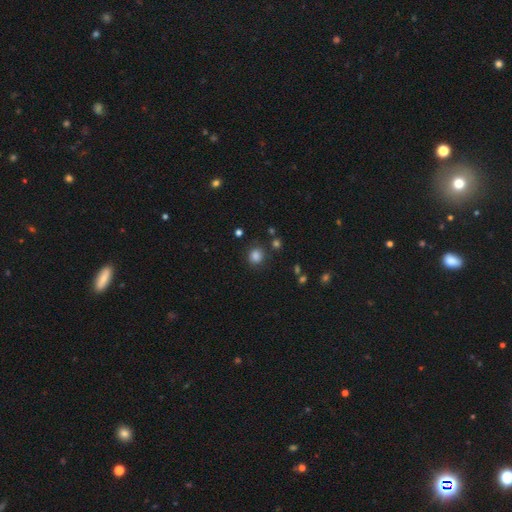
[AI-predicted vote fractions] smooth-or-featured: smooth: 82% | star or artifact: 13% | featured or disk: 4%
  how-rounded: round: 84% | in between: 15% | cigar-shaped: 1%
  merging: none: 83% | minor disturbance: 10% | major disturbance: 4% | merger: 3%